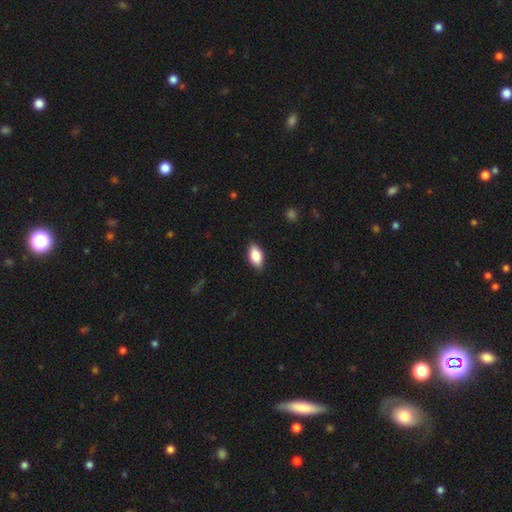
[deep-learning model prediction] Smooth or featured? smooth (84%)
How rounded? in between (92%)
Merging? none (87%)